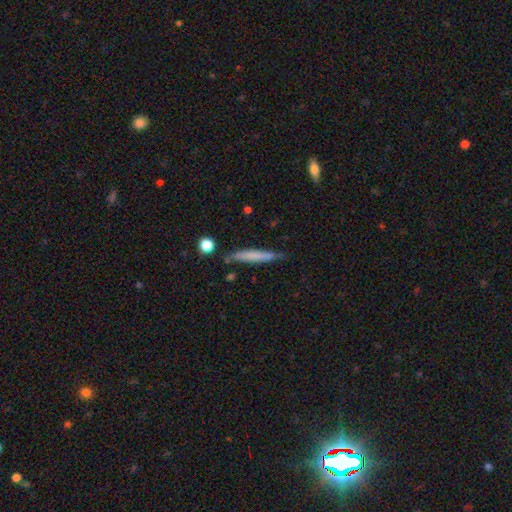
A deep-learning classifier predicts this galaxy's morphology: This appears to be a smooth galaxy with no disk features (66%) that is cigar-shaped (94%). Merging: none (76%).